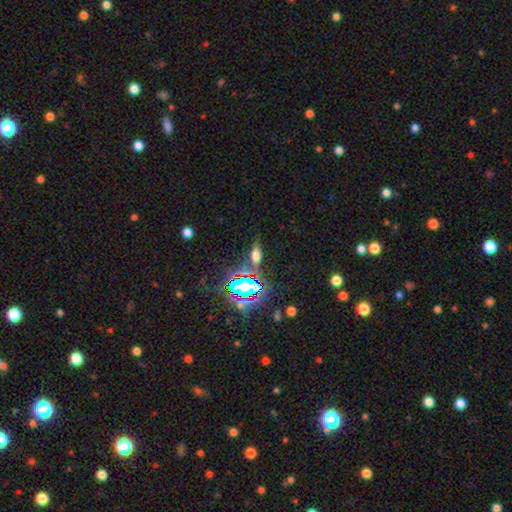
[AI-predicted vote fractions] Morphology: type=smooth (43%); merging=none (79%).